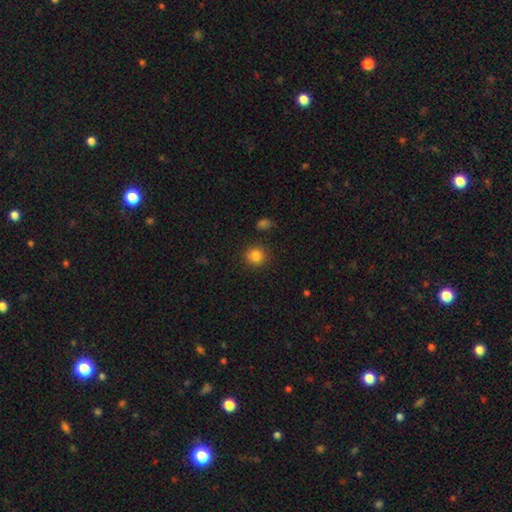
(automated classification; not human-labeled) smooth 84%, star or artifact 11%, featured or disk 5%. Down the decision tree: how rounded — round (90%); merging — none (89%).